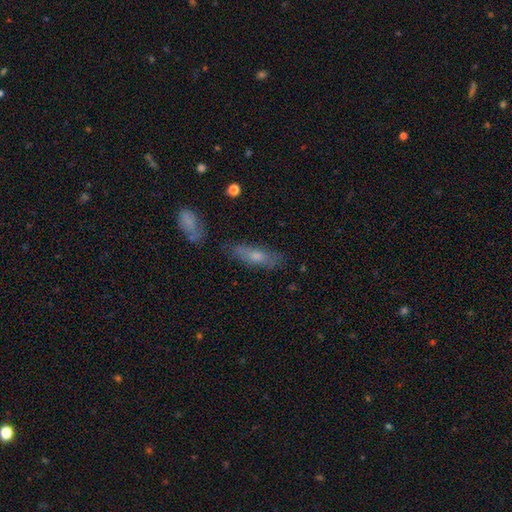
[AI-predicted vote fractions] This is possibly a smooth galaxy (51%). How rounded: likely cigar-shaped (63%). Merging: likely none (74%).